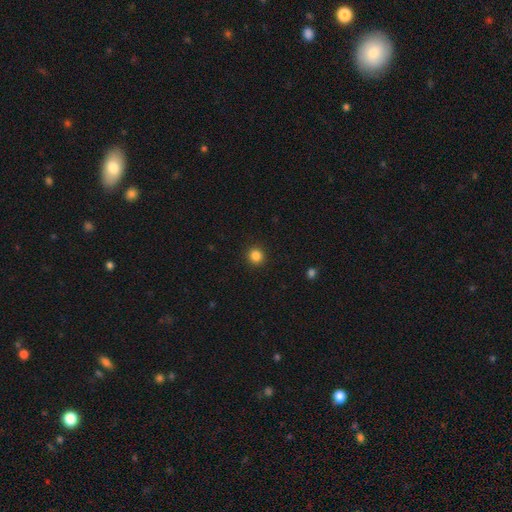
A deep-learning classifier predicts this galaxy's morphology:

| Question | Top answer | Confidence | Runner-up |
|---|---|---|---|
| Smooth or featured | smooth | 85% | star or artifact (11%) |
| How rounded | round | 92% | in between (7%) |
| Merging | none | 92% | minor disturbance (5%) |